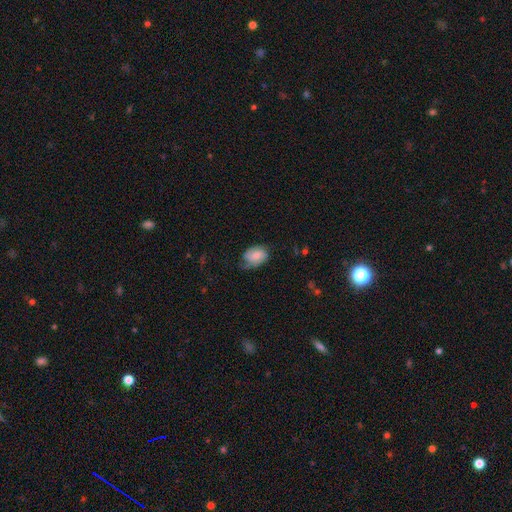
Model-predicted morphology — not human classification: Smooth or featured?
  - smooth: 59% *
  - featured or disk: 33%
  - star or artifact: 8%
How rounded?
  - in between: 77% *
  - round: 22%
  - cigar-shaped: 1%
Merging?
  - none: 47% *
  - minor disturbance: 36%
  - major disturbance: 16%
  - merger: 2%